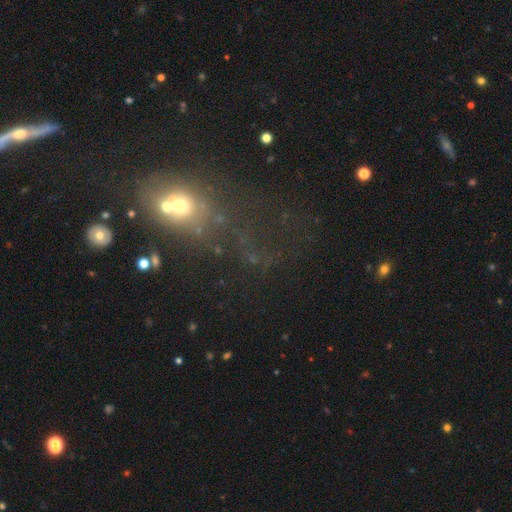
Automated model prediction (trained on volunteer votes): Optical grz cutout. It shows a star or artifact, not a galaxy (41%).